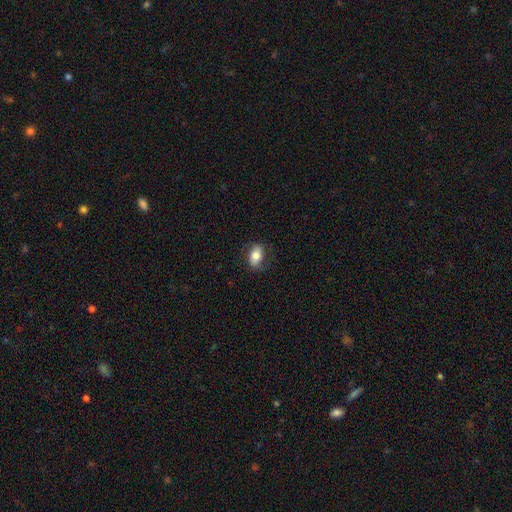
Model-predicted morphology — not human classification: This appears to be a smooth galaxy with no disk features (75%) that is in between round and cigar-shaped (89%). Merging: none (78%).